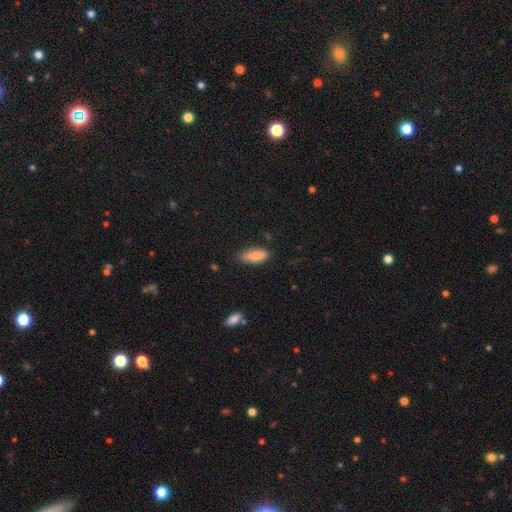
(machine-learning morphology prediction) Overall: smooth (78%). How rounded: in between (75%). Merging: none (76%).